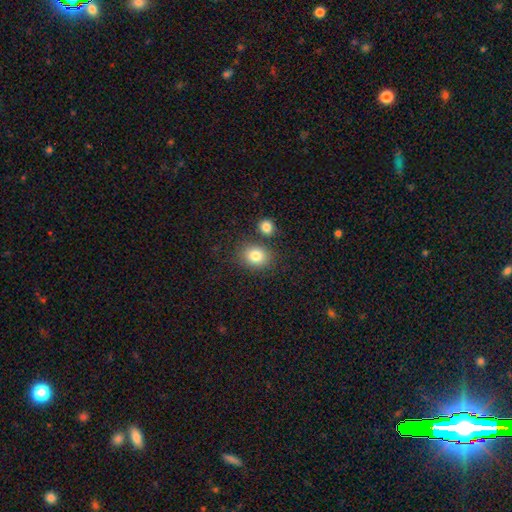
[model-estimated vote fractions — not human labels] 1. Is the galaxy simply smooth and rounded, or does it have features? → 82% smooth, 10% star or artifact, 8% featured or disk.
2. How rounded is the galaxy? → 58% round, 41% in between, 1% cigar-shaped.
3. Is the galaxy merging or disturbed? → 75% none, 11% merger, 10% minor disturbance, 3% major disturbance.